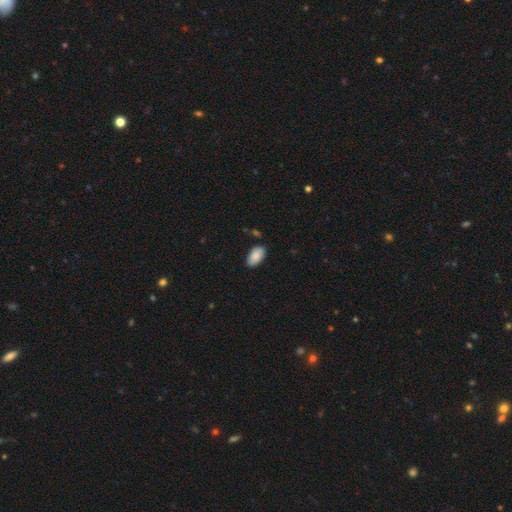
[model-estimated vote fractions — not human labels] smooth 88%, star or artifact 6%, featured or disk 5%. Down the decision tree: how rounded — in between (95%); merging — none (83%).